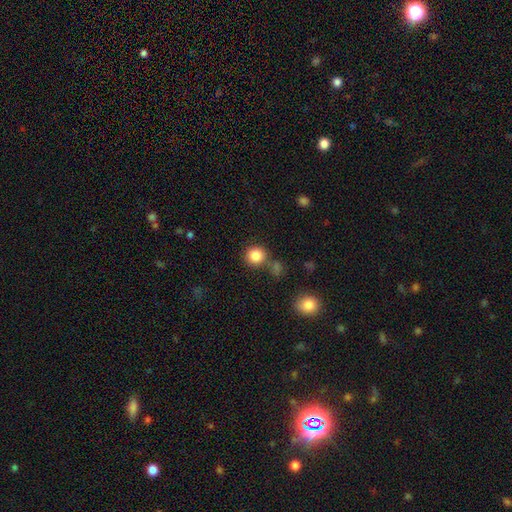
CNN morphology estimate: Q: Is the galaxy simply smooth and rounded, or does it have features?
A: smooth — 85%.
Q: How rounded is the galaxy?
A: round — 91%.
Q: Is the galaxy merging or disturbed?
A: none — 74%.